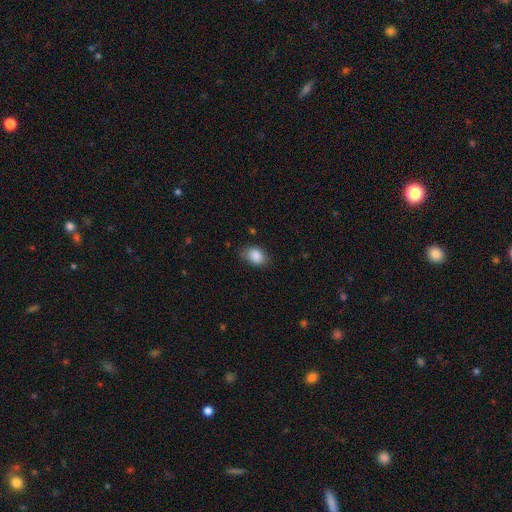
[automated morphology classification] Q: Smooth or featured?
A: smooth (87%); runner-up: star or artifact (8%)
Q: How rounded?
A: in between (78%); runner-up: round (21%)
Q: Merging?
A: none (69%); runner-up: minor disturbance (24%)